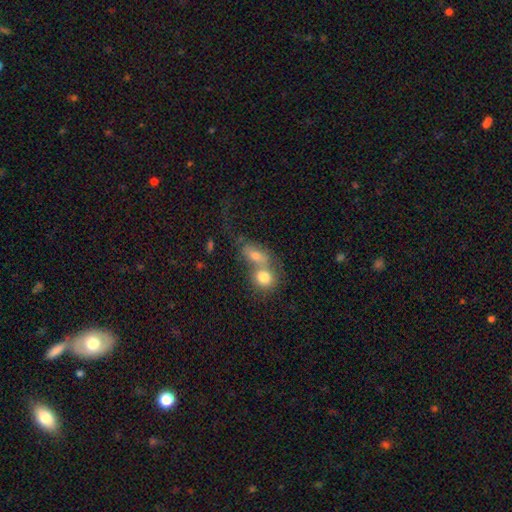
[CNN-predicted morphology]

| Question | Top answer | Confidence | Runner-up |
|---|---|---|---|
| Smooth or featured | smooth | 71% | featured or disk (18%) |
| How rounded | in between | 63% | round (31%) |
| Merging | merger | 66% | none (20%) |